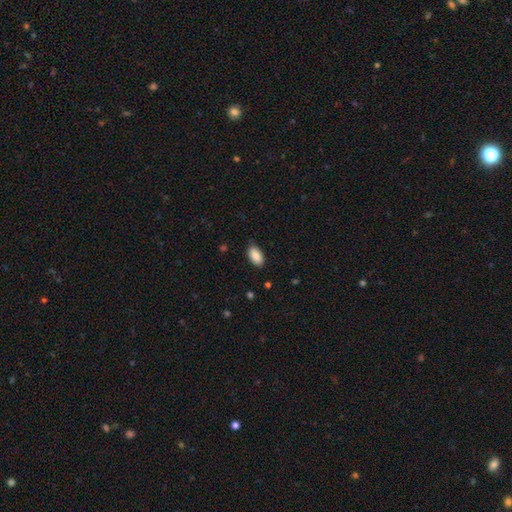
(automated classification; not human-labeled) Smooth or featured?
  - smooth: 89% *
  - star or artifact: 7%
  - featured or disk: 5%
How rounded?
  - in between: 95% *
  - round: 3%
  - cigar-shaped: 2%
Merging?
  - none: 86% *
  - minor disturbance: 11%
  - major disturbance: 2%
  - merger: 1%